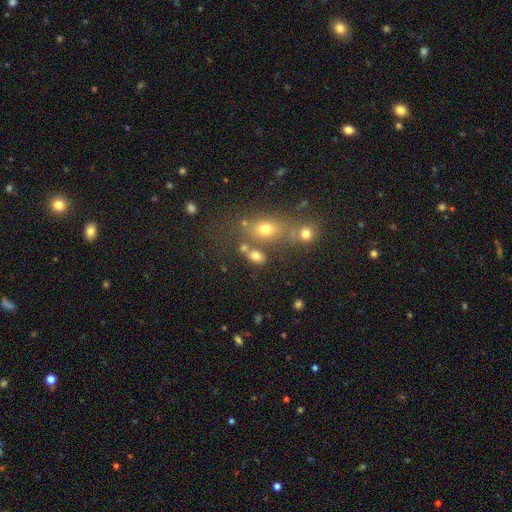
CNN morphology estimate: This appears to be a smooth galaxy with no disk features (72%) that is in between round and cigar-shaped (75%). Merging: none (53%).